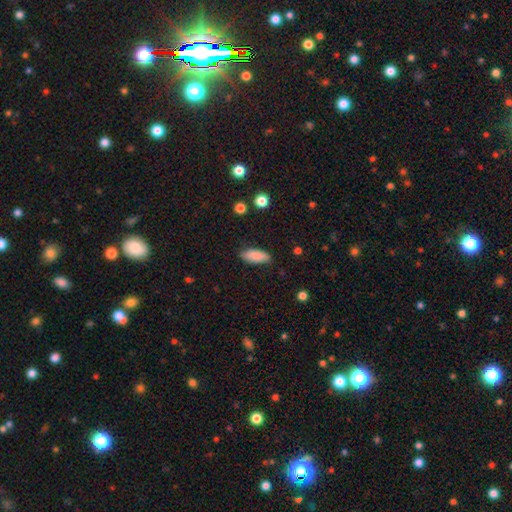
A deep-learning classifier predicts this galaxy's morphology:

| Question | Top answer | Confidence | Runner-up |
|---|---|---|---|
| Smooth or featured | smooth | 87% | star or artifact (7%) |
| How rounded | in between | 80% | cigar-shaped (18%) |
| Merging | none | 83% | minor disturbance (13%) |